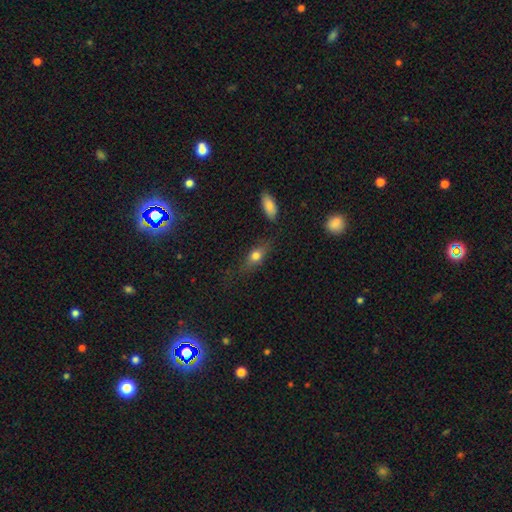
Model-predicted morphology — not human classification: Smooth or featured? Predicted: smooth (p=0.70). How rounded? Predicted: in between (p=0.68). Merging? Predicted: none (p=0.69).